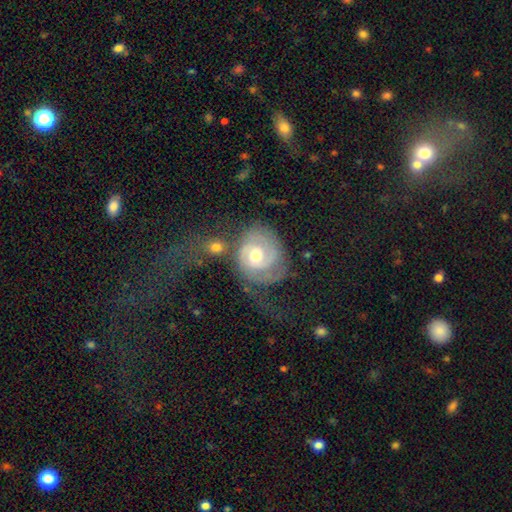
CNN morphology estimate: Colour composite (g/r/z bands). It shows a featured or disk galaxy (80%) with no bar (56%), 2 (56%) tight (57%) spiral arms (92%) and a moderate central bulge (72%). Merging: none (43%).